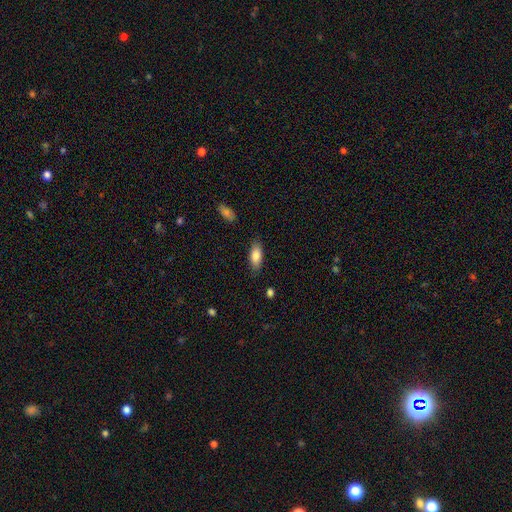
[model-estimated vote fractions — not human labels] A smooth galaxy with no disk features (83%) that is in between round and cigar-shaped (83%). Merging: none (83%).